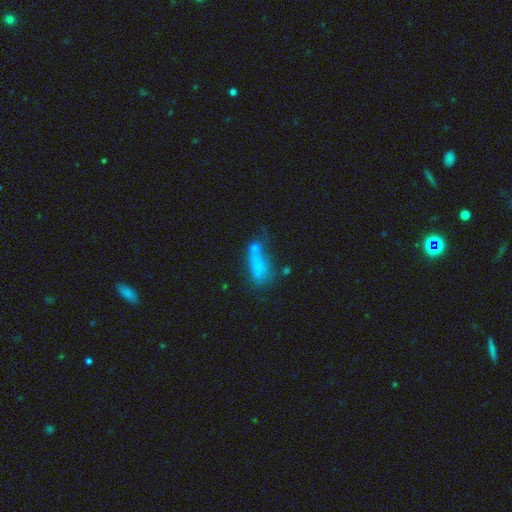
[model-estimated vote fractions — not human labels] Q: Smooth or featured?
A: smooth (63%); runner-up: featured or disk (21%)
Q: How rounded?
A: in between (71%); runner-up: cigar-shaped (21%)
Q: Merging?
A: merger (34%); runner-up: major disturbance (25%)